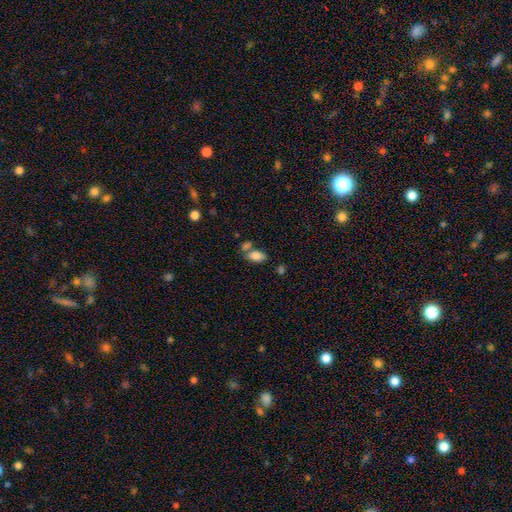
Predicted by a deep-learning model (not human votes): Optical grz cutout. It shows a smooth galaxy with no disk features (83%) that is in between round and cigar-shaped (91%). Merging: none (54%).